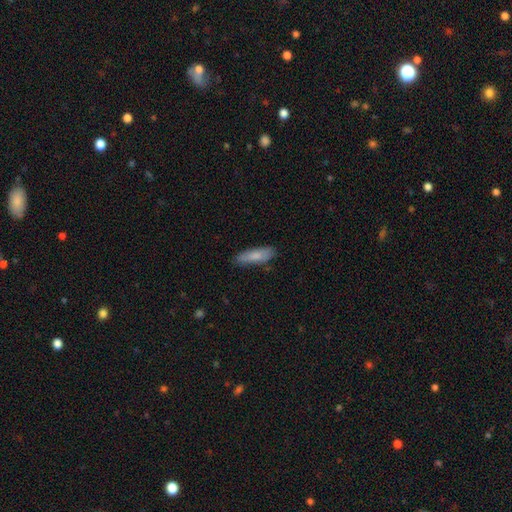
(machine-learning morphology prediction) A smooth galaxy with no disk features (80%) that is cigar-shaped (58%). Merging: none (82%).